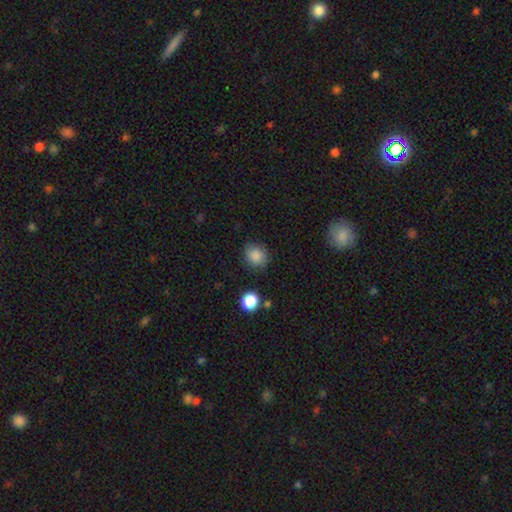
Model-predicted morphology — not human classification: smooth 86%, star or artifact 10%, featured or disk 4%. Down the decision tree: how rounded — round (71%); merging — none (81%).